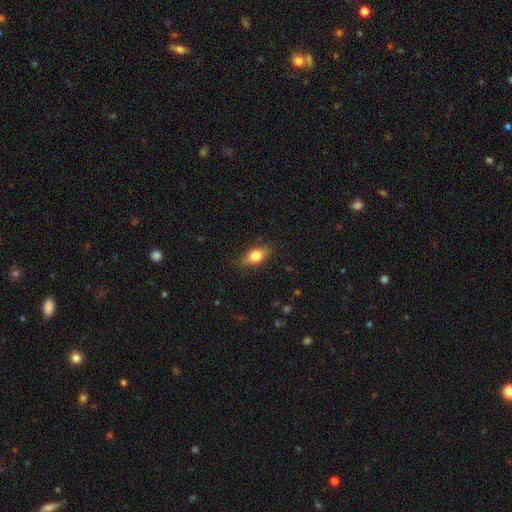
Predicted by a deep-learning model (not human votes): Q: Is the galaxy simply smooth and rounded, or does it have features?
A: smooth — 75%.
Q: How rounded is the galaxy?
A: in between — 82%.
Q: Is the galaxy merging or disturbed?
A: none — 84%.